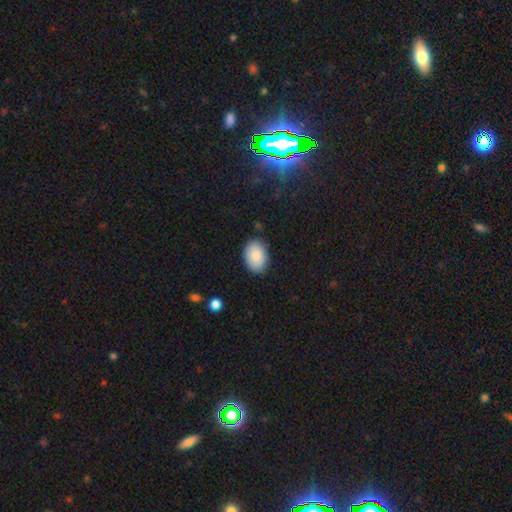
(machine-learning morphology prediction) Q: Smooth or featured?
A: smooth (86%); runner-up: featured or disk (8%)
Q: How rounded?
A: in between (85%); runner-up: round (14%)
Q: Merging?
A: none (84%); runner-up: minor disturbance (13%)